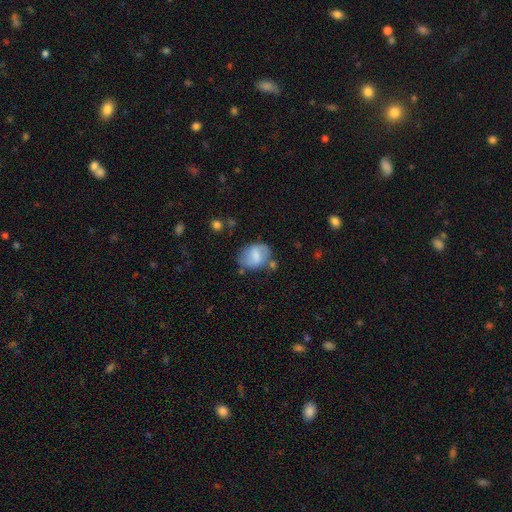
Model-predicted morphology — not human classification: A smooth galaxy with no disk features (57%) that is in between round and cigar-shaped (62%). Merging: none (60%).